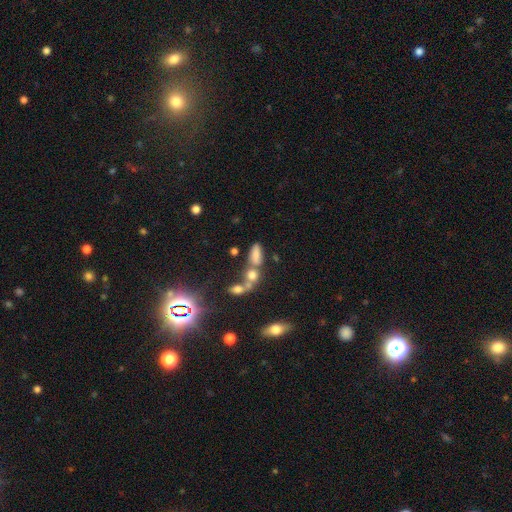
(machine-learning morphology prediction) A smooth galaxy with no disk features (72%) that is in between round and cigar-shaped (75%).

Vote fractions:
- Smooth or featured? smooth: 72% / star or artifact: 15% / featured or disk: 13%
- How rounded? in between: 75% / cigar-shaped: 17% / round: 8%
- Merging? merger: 41% / none: 37% / minor disturbance: 14% / major disturbance: 9%